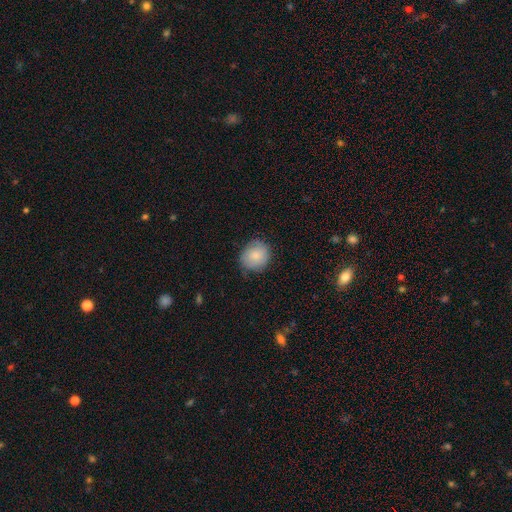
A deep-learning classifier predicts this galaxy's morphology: Smooth or featured? smooth (84%)
How rounded? round (74%)
Merging? none (74%)